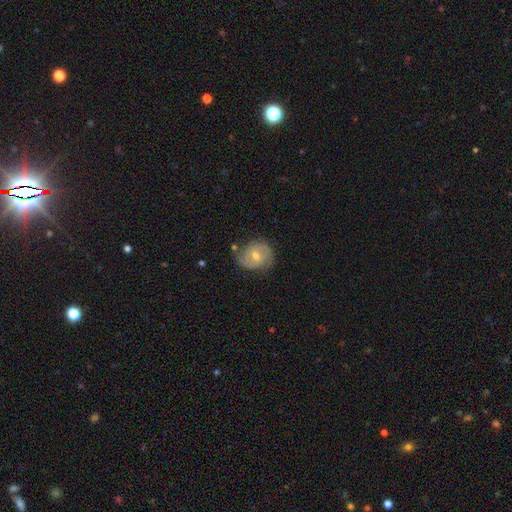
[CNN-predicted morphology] Smooth or featured?
  - featured or disk: 74% *
  - smooth: 18%
  - star or artifact: 8%
Edge-on disk?
  - no: 97% *
  - yes: 3%
Bar?
  - no: 55% *
  - weak: 37%
  - strong: 8%
Spiral arms?
  - yes: 91% *
  - no: 9%
Spiral winding?
  - tight: 45% *
  - medium: 41%
  - loose: 14%
Spiral arm count?
  - 2: 78% *
  - can't tell: 11%
  - 3: 5%
  - 1: 3%
  - 4: 2%
  - more than 4: 1%
Bulge size?
  - moderate: 61% *
  - small: 35%
  - large: 2%
  - none: 1%
  - dominant: 1%
Merging?
  - none: 72% *
  - minor disturbance: 20%
  - major disturbance: 6%
  - merger: 3%